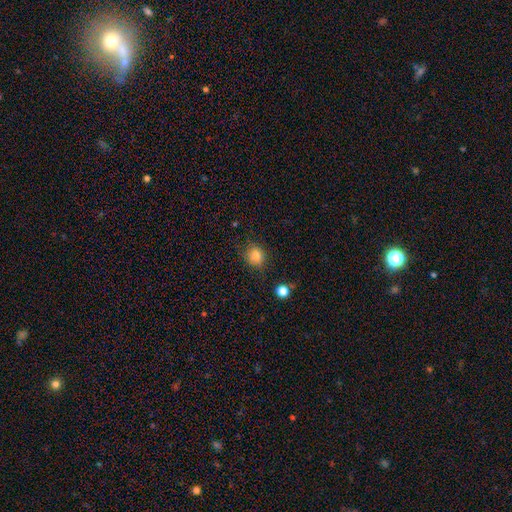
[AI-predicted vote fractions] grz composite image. It shows a smooth galaxy with no disk features (81%) that is round (83%). Merging: none (83%).